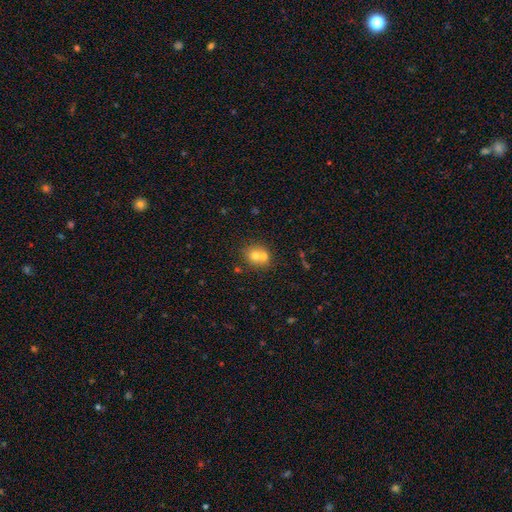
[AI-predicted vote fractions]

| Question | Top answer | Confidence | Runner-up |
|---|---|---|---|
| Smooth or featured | smooth | 68% | featured or disk (20%) |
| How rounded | round | 76% | in between (23%) |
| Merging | merger | 56% | none (35%) |